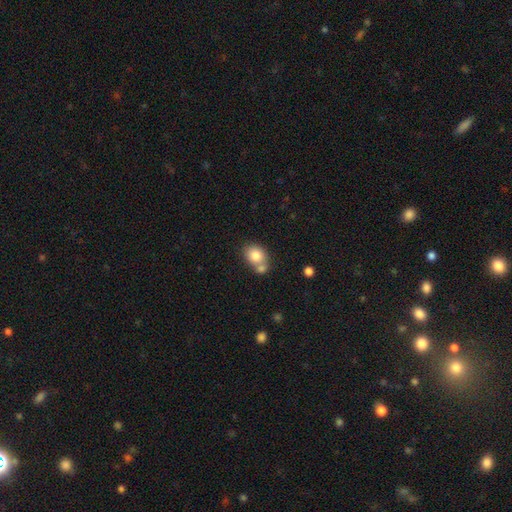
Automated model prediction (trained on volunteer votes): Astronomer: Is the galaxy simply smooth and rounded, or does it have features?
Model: smooth — 80%.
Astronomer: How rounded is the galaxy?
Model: round — 53% (runner-up: in between, 46%).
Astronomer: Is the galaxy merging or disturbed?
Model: none — 45% (runner-up: merger, 40%).